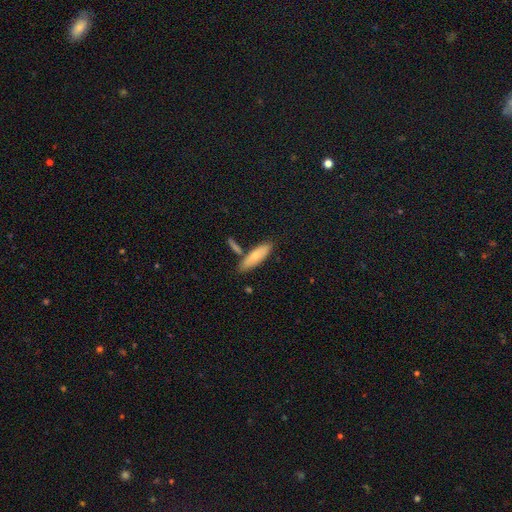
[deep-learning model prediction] Smooth or featured? smooth (69%)
How rounded? in between (49%)
Merging? none (72%)